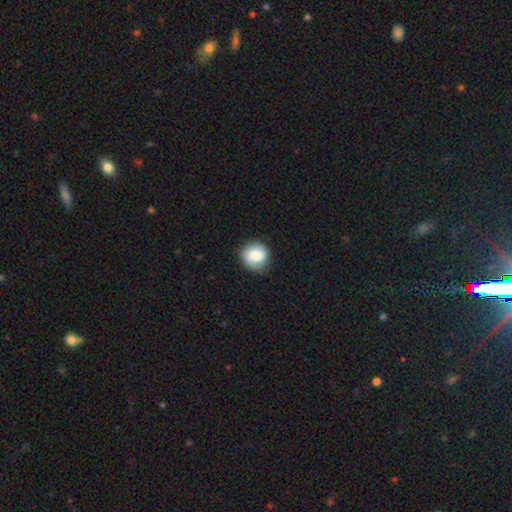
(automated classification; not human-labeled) Overall: smooth (71%). How rounded: round (87%). Merging: none (78%).